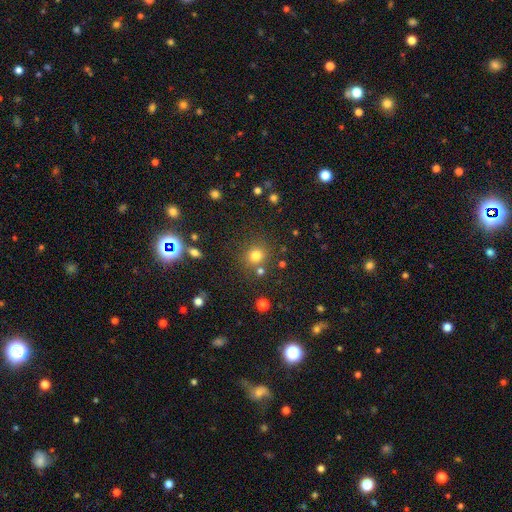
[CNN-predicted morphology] Smooth or featured?
  - smooth: 77% *
  - star or artifact: 16%
  - featured or disk: 7%
How rounded?
  - round: 86% *
  - in between: 13%
  - cigar-shaped: 1%
Merging?
  - none: 77% *
  - merger: 10%
  - minor disturbance: 9%
  - major disturbance: 4%